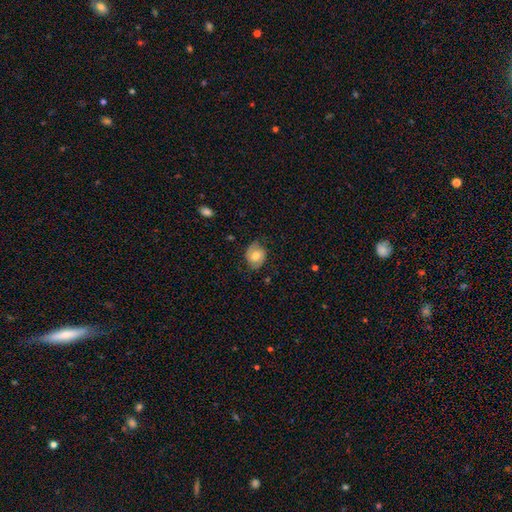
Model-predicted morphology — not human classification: smooth-or-featured: smooth: 56% | featured or disk: 37% | star or artifact: 8%
  how-rounded: round: 55% | in between: 44% | cigar-shaped: 1%
  merging: none: 69% | minor disturbance: 23% | major disturbance: 7% | merger: 1%